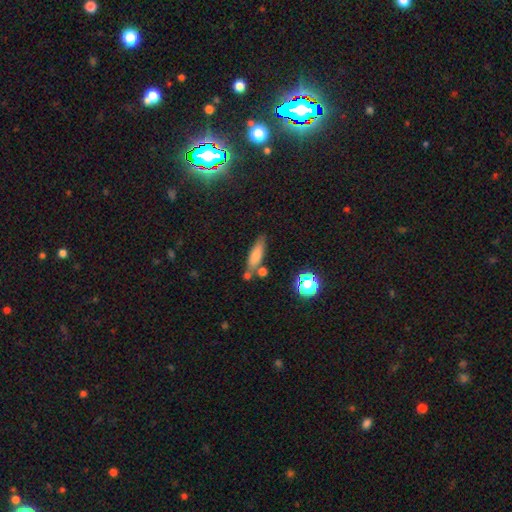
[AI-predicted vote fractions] smooth 73%, featured or disk 15%, star or artifact 12%. Down the decision tree: how rounded — cigar-shaped (58%); merging — none (66%).